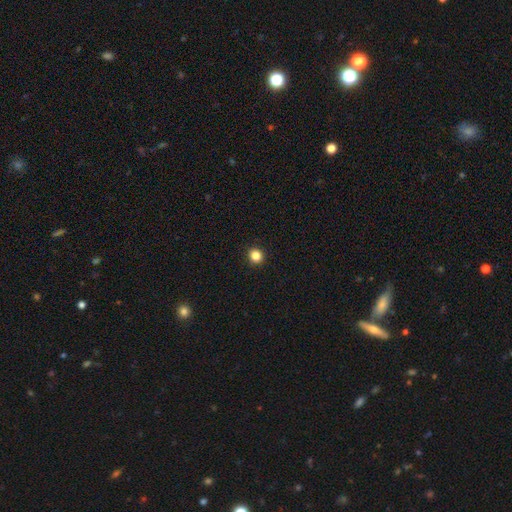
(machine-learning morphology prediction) Smooth or featured? smooth (85%)
How rounded? round (88%)
Merging? none (93%)